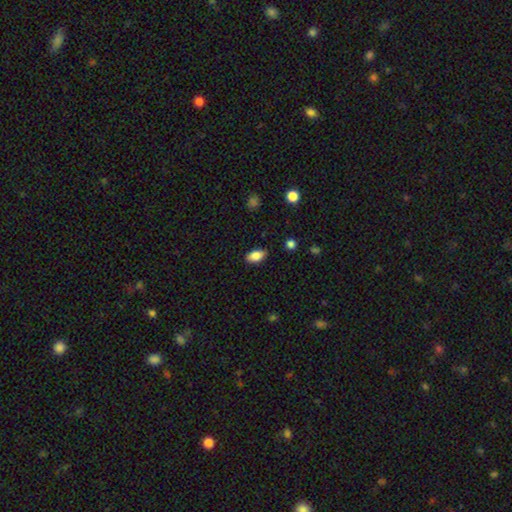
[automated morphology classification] The model was most divided on "merging": none: 84%, minor disturbance: 12%, major disturbance: 3%, merger: 1%. More confident: how rounded — in between (91%); smooth or featured — smooth (86%).